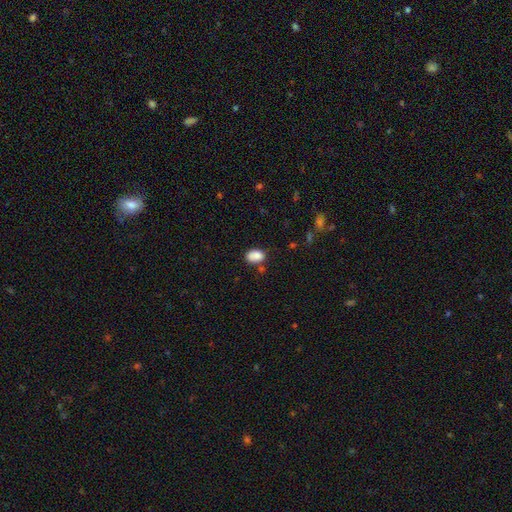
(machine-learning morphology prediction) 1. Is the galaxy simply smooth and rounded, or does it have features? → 85% smooth, 9% star or artifact, 6% featured or disk.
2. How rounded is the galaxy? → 82% in between, 17% round, 1% cigar-shaped.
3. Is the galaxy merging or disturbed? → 60% none, 23% minor disturbance, 11% merger, 6% major disturbance.